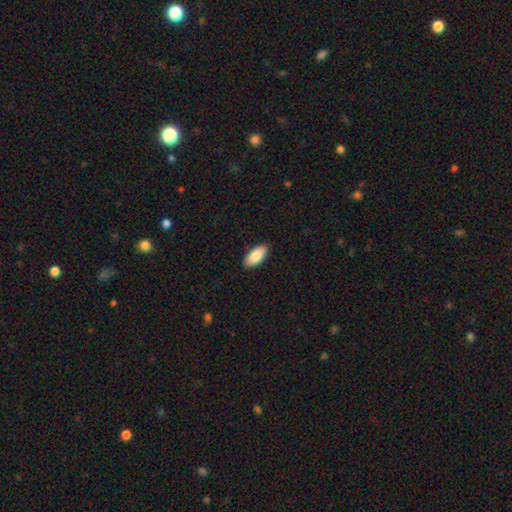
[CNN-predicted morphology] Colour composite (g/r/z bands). It shows a smooth galaxy with no disk features (86%) that is in between round and cigar-shaped (93%). Merging: none (89%).